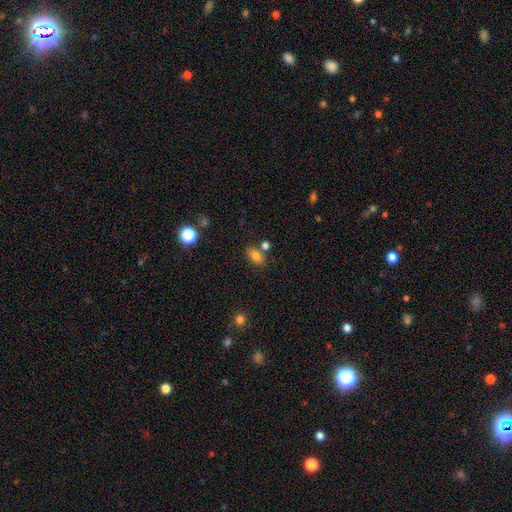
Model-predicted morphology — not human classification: type=smooth (81%); roundness=in between (85%); merging=none (69%).